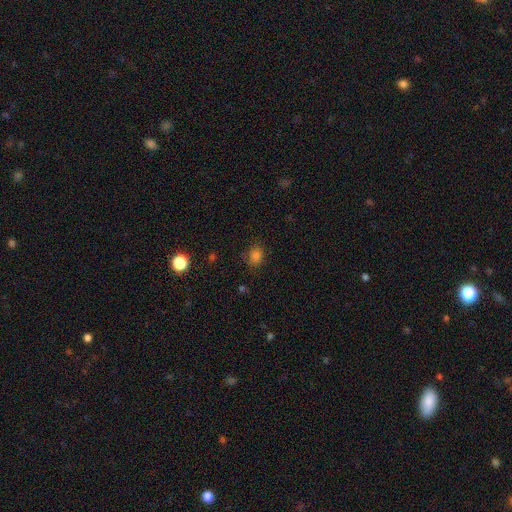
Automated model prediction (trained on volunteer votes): Smooth or featured: smooth — 79% (star or artifact — 16%)
How rounded: round — 65% (in between — 34%)
Merging: none — 74% (minor disturbance — 19%)